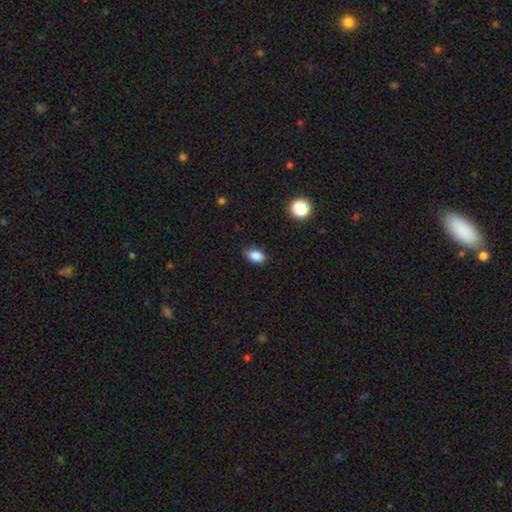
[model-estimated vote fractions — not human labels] This is clearly a smooth galaxy (85%). How rounded: clearly in between (82%). Merging: clearly none (81%).